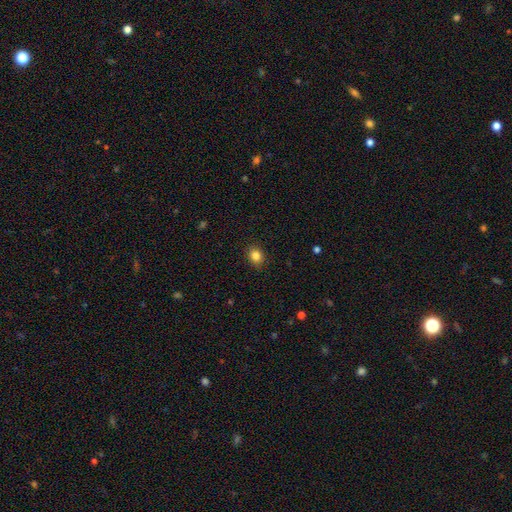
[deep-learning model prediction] Smooth or featured?
  - smooth: 84% *
  - star or artifact: 11%
  - featured or disk: 5%
How rounded?
  - round: 63% *
  - in between: 36%
  - cigar-shaped: 1%
Merging?
  - none: 88% *
  - minor disturbance: 8%
  - major disturbance: 2%
  - merger: 1%